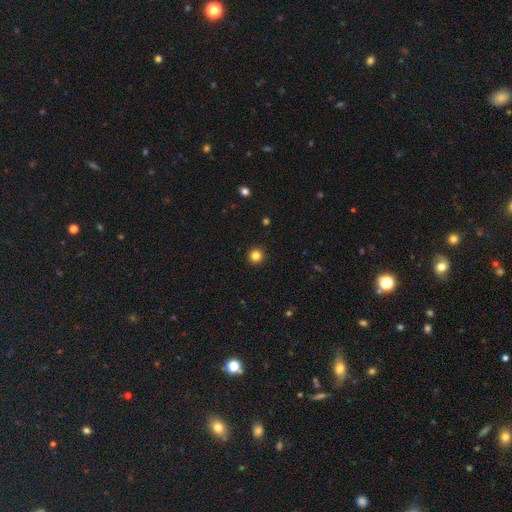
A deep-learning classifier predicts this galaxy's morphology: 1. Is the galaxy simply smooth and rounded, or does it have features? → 83% smooth, 13% star or artifact, 5% featured or disk.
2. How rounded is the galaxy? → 95% round, 4% in between, 1% cigar-shaped.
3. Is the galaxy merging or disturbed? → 93% none, 4% minor disturbance, 2% major disturbance, 1% merger.